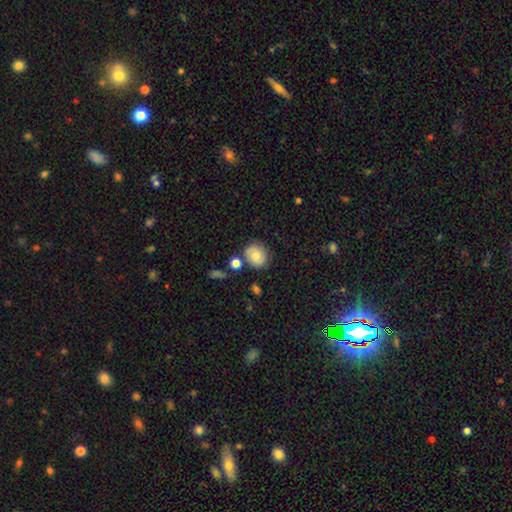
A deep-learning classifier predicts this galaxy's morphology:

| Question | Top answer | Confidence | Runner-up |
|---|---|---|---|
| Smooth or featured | smooth | 52% | featured or disk (39%) |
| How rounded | round | 73% | in between (26%) |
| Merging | none | 73% | minor disturbance (16%) |